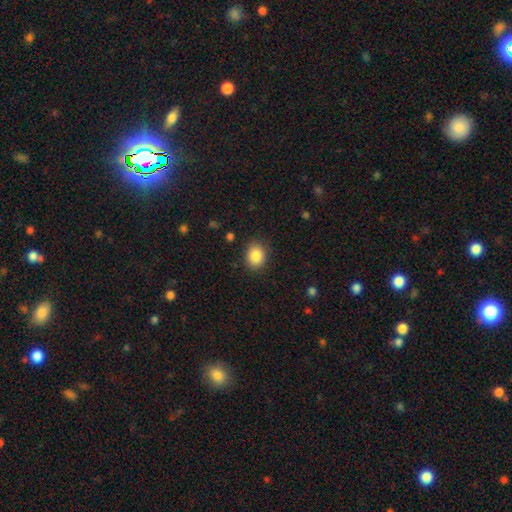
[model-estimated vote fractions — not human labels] Overall: smooth (86%). How rounded: round (50%, tied with in between). Merging: none (86%).